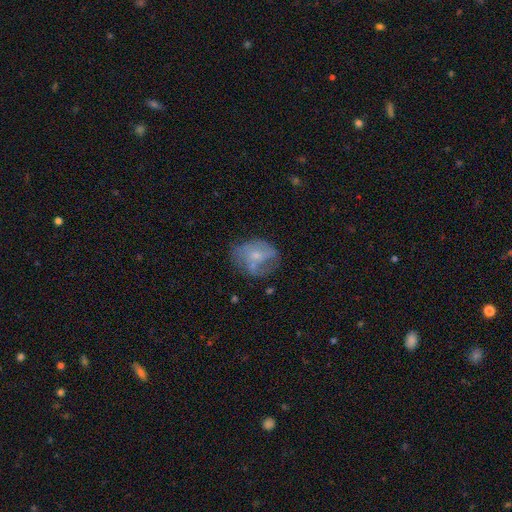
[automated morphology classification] Smooth or featured: featured or disk — 50% (smooth — 41%)
Edge-on disk: no — 97% (yes — 3%)
Merging: none — 47% (minor disturbance — 27%)